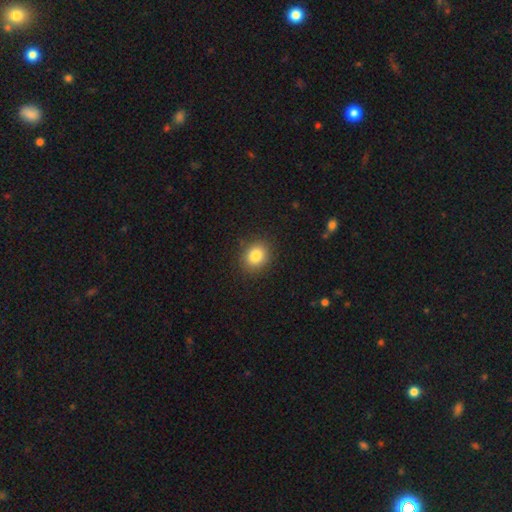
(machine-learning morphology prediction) This appears to be a smooth galaxy with no disk features (83%) that is round (69%). Merging: none (89%).